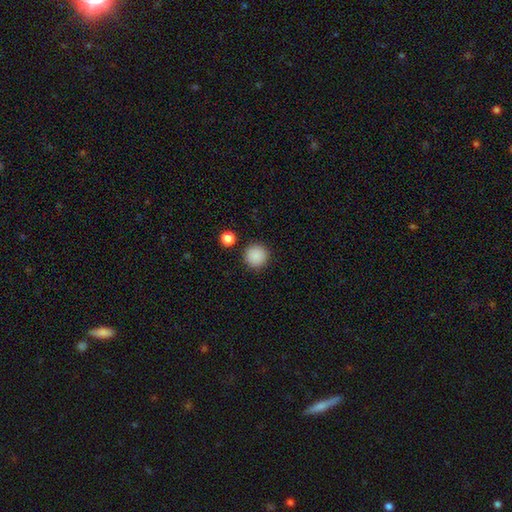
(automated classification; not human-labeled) smooth 89%, star or artifact 8%, featured or disk 3%. Down the decision tree: how rounded — round (96%); merging — none (91%).